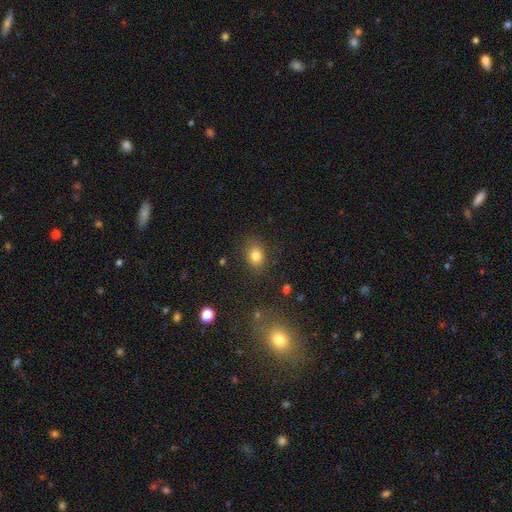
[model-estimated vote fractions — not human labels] Smooth or featured?
  - smooth: 81% *
  - star or artifact: 12%
  - featured or disk: 7%
How rounded?
  - in between: 58% *
  - round: 41%
  - cigar-shaped: 1%
Merging?
  - none: 82% *
  - minor disturbance: 12%
  - major disturbance: 4%
  - merger: 2%